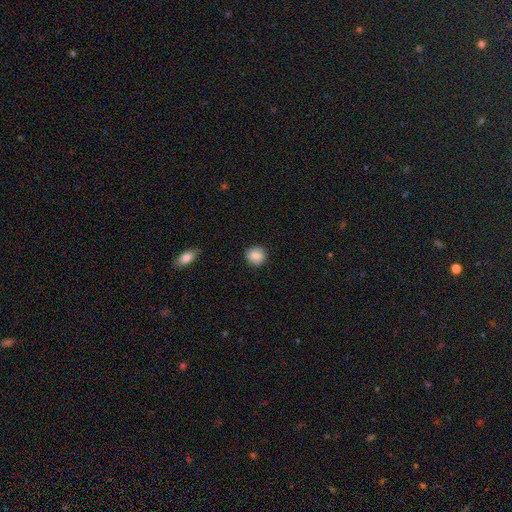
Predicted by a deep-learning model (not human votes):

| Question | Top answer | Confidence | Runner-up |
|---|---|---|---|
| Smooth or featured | smooth | 86% | star or artifact (8%) |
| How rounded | round | 91% | in between (8%) |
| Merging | none | 90% | minor disturbance (7%) |